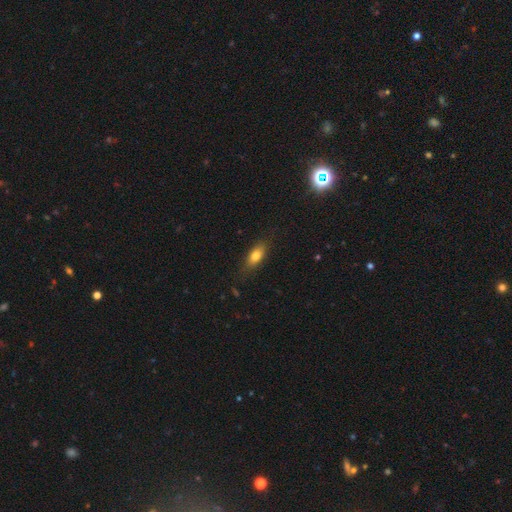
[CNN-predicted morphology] Smooth or featured? smooth (77%)
How rounded? in between (77%)
Merging? none (78%)